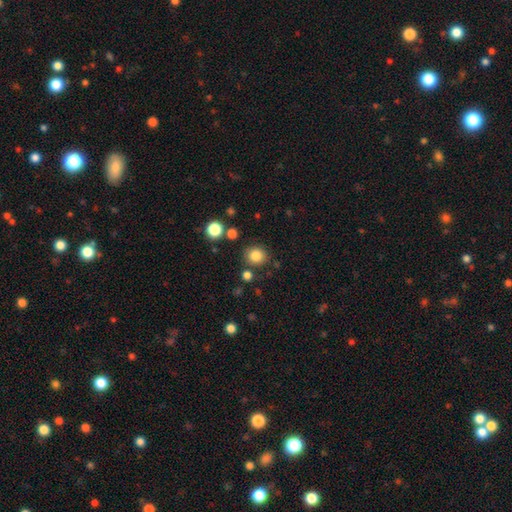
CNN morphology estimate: This appears to be a smooth galaxy with no disk features (83%) that is round (86%). Merging: none (82%).